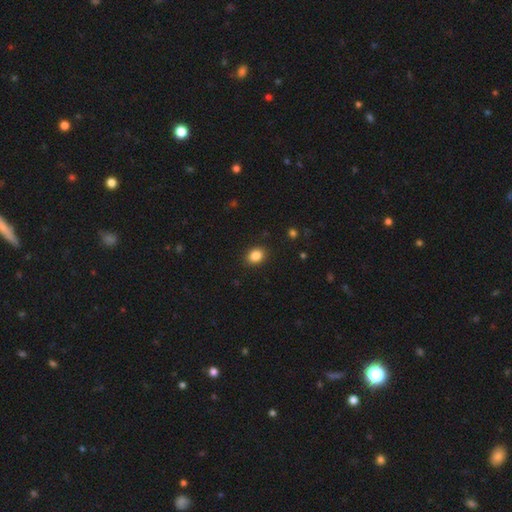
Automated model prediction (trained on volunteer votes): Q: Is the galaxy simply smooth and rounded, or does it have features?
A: smooth — 86%.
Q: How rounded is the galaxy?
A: in between — 54%.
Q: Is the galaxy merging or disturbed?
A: none — 90%.